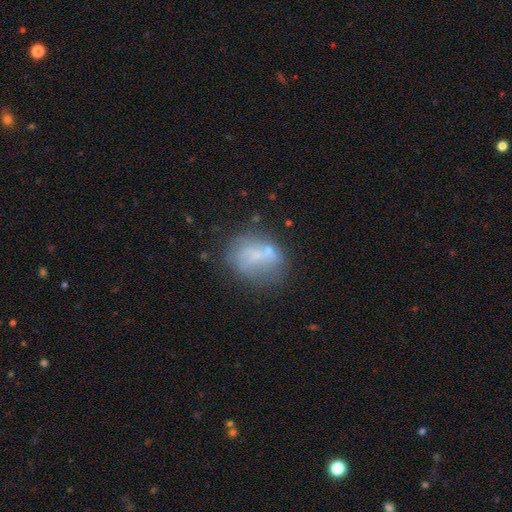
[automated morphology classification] Smooth or featured? Predicted: featured or disk (p=0.44). Merging? Predicted: none (p=0.41).